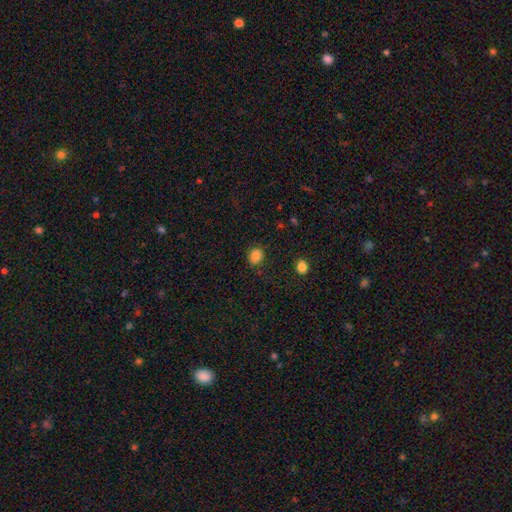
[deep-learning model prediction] smooth_or_featured: smooth (p=0.85) [alt: star or artifact p=0.11]
how_rounded: round (p=0.68) [alt: in between p=0.32]
merging: none (p=0.83) [alt: minor disturbance p=0.12]